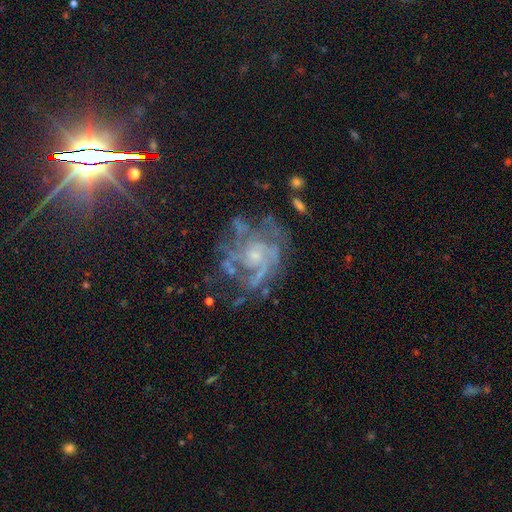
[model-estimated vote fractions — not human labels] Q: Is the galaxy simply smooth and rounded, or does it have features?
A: featured or disk — 78%.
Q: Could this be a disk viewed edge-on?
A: no — 98%.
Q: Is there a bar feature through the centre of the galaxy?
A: no — 77%.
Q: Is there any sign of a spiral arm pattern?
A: yes — 83%.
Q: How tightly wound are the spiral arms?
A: tight — 49%.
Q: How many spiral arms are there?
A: can't tell — 41%.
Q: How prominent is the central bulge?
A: small — 60%.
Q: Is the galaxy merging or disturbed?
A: none — 58%.